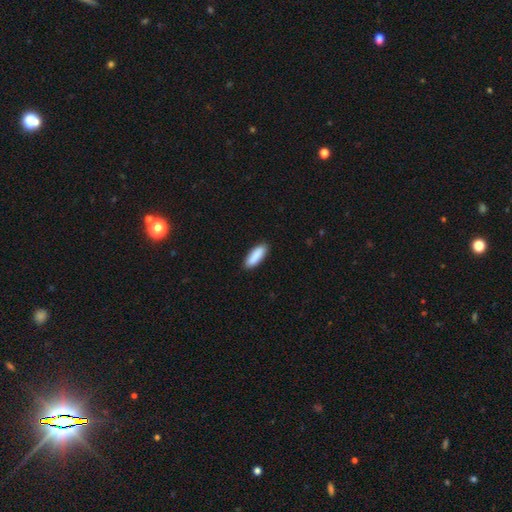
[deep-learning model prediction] Q: Smooth or featured?
A: smooth (90%); runner-up: star or artifact (5%)
Q: How rounded?
A: in between (58%); runner-up: cigar-shaped (40%)
Q: Merging?
A: none (90%); runner-up: minor disturbance (8%)